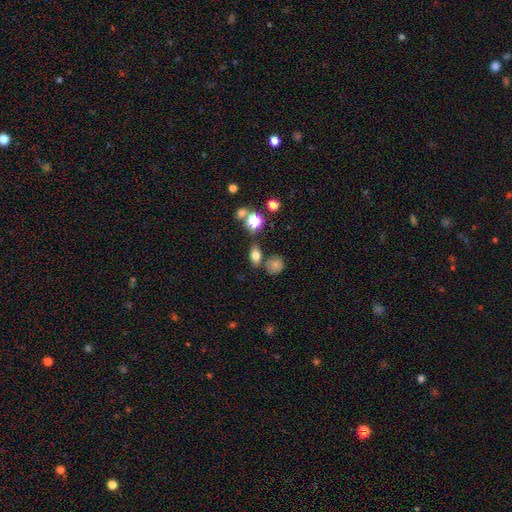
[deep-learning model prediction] smooth-or-featured: smooth: 74% | star or artifact: 16% | featured or disk: 10%
  how-rounded: in between: 74% | round: 23% | cigar-shaped: 3%
  merging: none: 69% | minor disturbance: 14% | merger: 13% | major disturbance: 5%